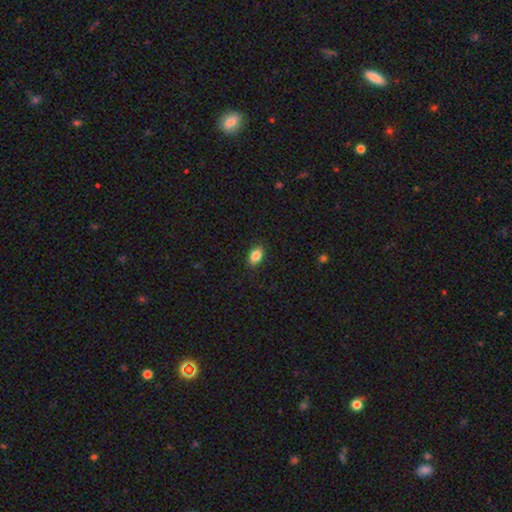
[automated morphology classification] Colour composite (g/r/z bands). It shows a smooth galaxy with no disk features (85%) that is in between round and cigar-shaped (84%). Merging: none (88%).